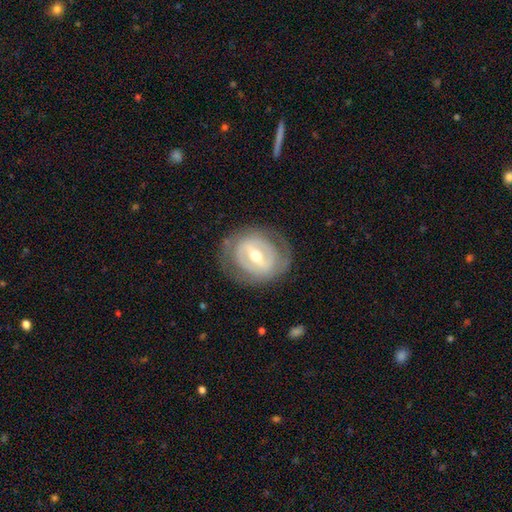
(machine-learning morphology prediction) featured or disk 74%, smooth 21%, star or artifact 5%. Down the decision tree: edge-on disk — no (94%); bar — strong (51%); spiral arms — no (57%); bulge size — moderate (69%); merging — none (77%).